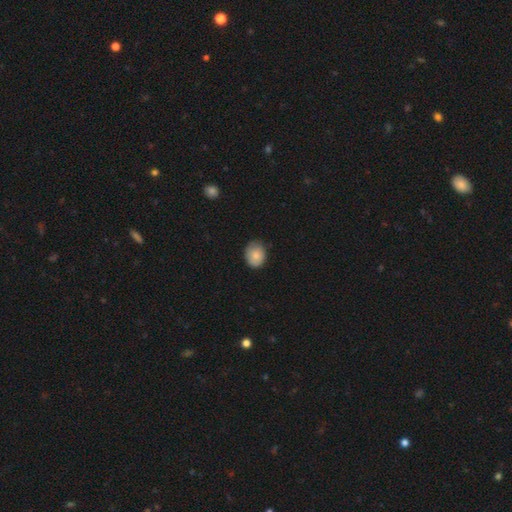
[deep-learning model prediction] This is clearly a smooth galaxy (84%). How rounded: possibly round (53%). Merging: likely none (74%).